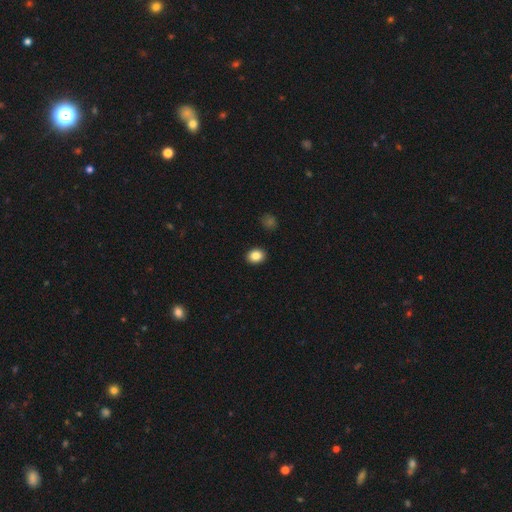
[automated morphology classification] smooth_or_featured: smooth (p=0.85) [alt: star or artifact p=0.09]
how_rounded: round (p=0.53) [alt: in between p=0.47]
merging: none (p=0.91) [alt: minor disturbance p=0.06]